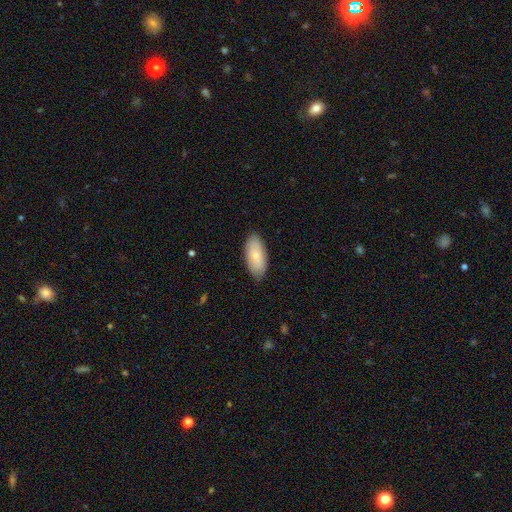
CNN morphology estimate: smooth 81%, featured or disk 14%, star or artifact 6%. Down the decision tree: how rounded — in between (91%); merging — none (84%).